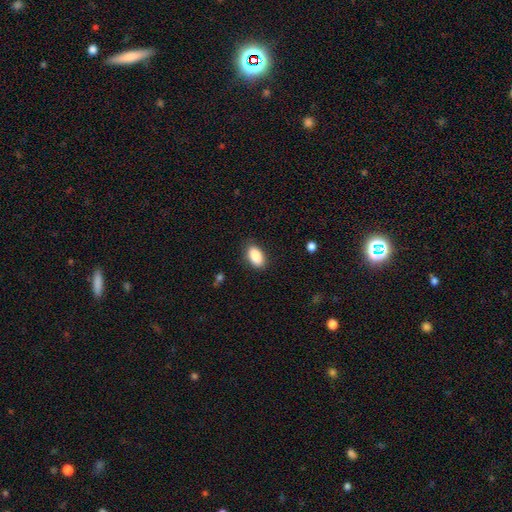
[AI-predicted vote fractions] The model was most divided on "merging": none: 85%, minor disturbance: 11%, major disturbance: 3%, merger: 1%. More confident: how rounded — in between (92%); smooth or featured — smooth (88%).